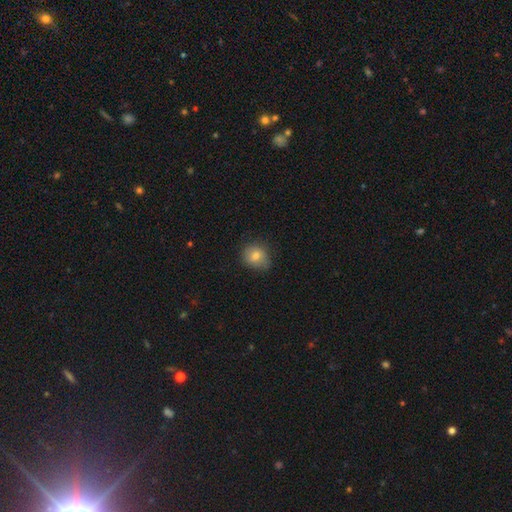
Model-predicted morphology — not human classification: A smooth galaxy with no disk features (77%) that is round (69%).

Vote fractions:
- Smooth or featured? smooth: 77% / featured or disk: 13% / star or artifact: 10%
- How rounded? round: 69% / in between: 30% / cigar-shaped: 1%
- Merging? none: 71% / minor disturbance: 22% / major disturbance: 5% / merger: 1%